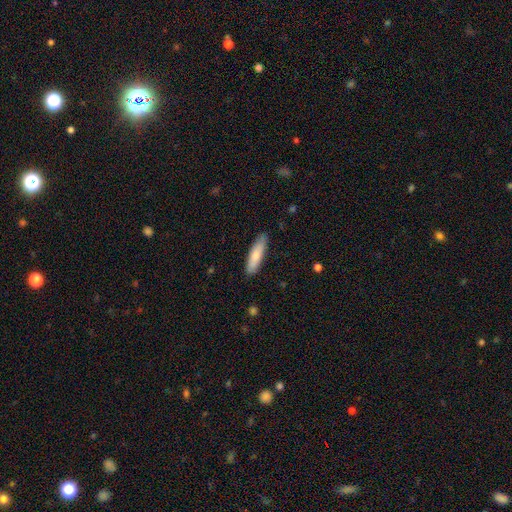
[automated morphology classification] Smooth or featured?
  - smooth: 78% *
  - featured or disk: 17%
  - star or artifact: 5%
How rounded?
  - cigar-shaped: 70% *
  - in between: 29%
  - round: 1%
Merging?
  - none: 86% *
  - minor disturbance: 11%
  - major disturbance: 2%
  - merger: 1%